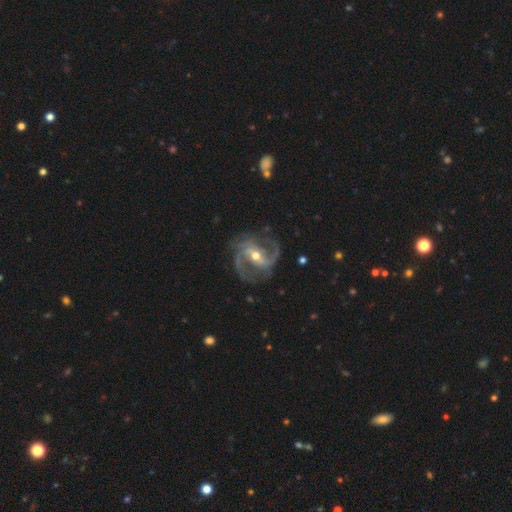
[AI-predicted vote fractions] A featured or disk galaxy (92%) with a strong bar (47%), 2 (64%) medium (57%) spiral arms (98%) and a moderate central bulge (58%).

Vote fractions:
- Smooth or featured? featured or disk: 92% / star or artifact: 5% / smooth: 3%
- Edge-on disk? no: 97% / yes: 3%
- Bar? strong: 47% / weak: 36% / no: 18%
- Spiral arms? yes: 98% / no: 2%
- Spiral winding? medium: 57% / loose: 22% / tight: 21%
- Spiral arm count? 2: 64% / 3: 22% / can't tell: 5% / 4: 4% / 1: 3% / more than 4: 3%
- Bulge size? moderate: 58% / small: 38% / large: 2% / none: 1% / dominant: 1%
- Merging? none: 75% / minor disturbance: 16% / major disturbance: 8% / merger: 2%